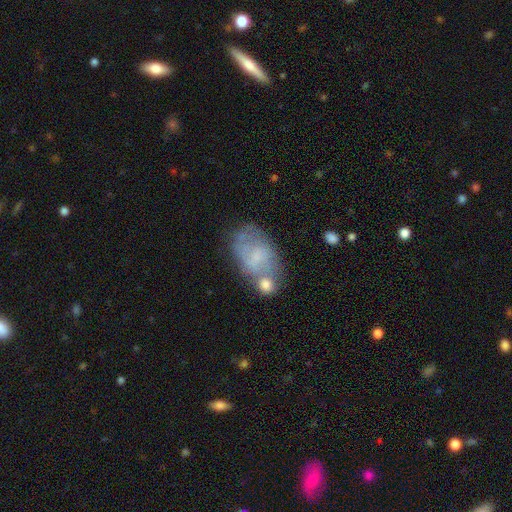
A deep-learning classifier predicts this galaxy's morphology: smooth-or-featured: smooth: 46% | featured or disk: 45% | star or artifact: 9%
  merging: none: 35% | merger: 28% | minor disturbance: 23% | major disturbance: 15%